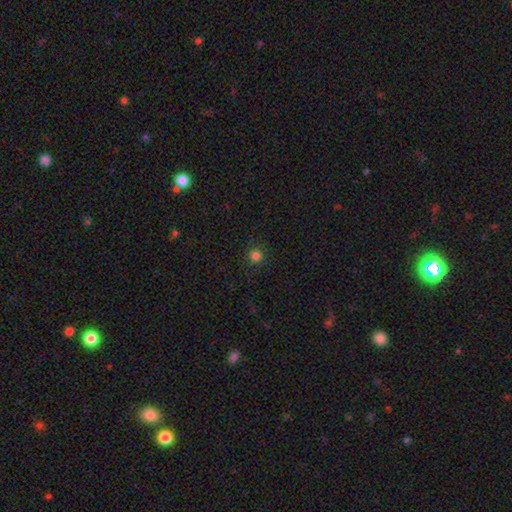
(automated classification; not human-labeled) Smooth or featured? smooth (80%)
How rounded? round (94%)
Merging? none (90%)